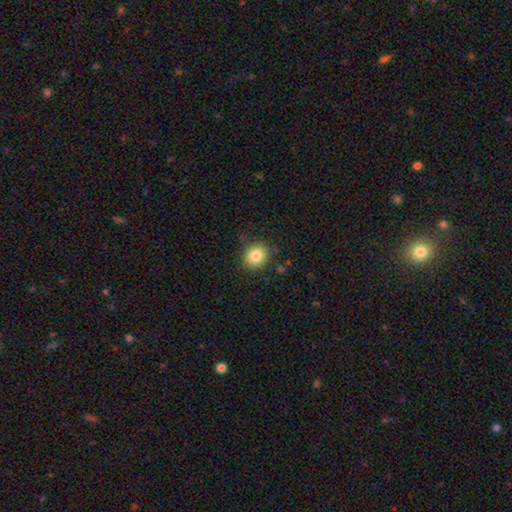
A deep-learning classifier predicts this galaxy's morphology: Smooth or featured? smooth (83%)
How rounded? round (77%)
Merging? none (87%)